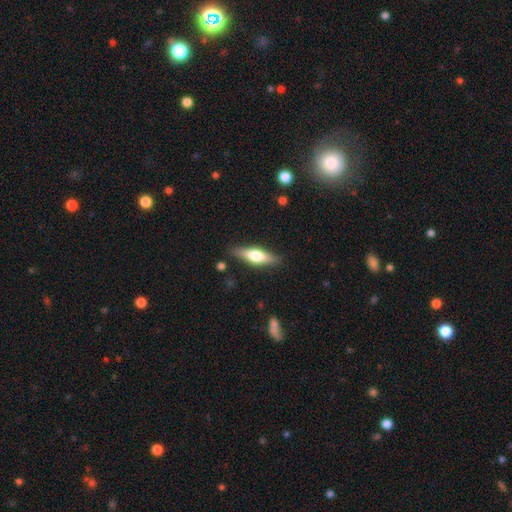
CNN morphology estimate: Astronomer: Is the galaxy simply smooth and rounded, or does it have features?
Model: smooth — 51% (runner-up: featured or disk, 43%).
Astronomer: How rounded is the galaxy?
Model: cigar-shaped — 55% (runner-up: in between, 43%).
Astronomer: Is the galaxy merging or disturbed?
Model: none — 86%.